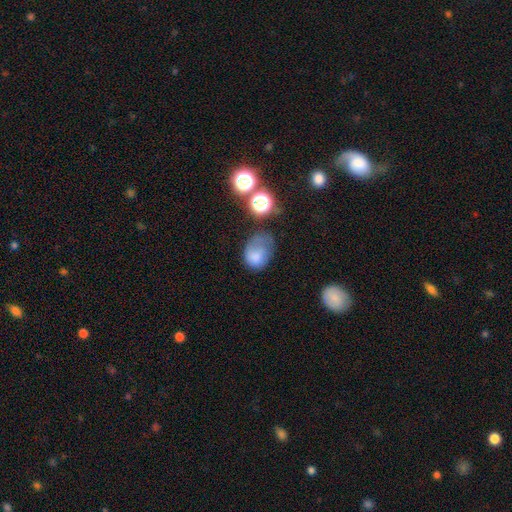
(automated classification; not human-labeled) smooth_or_featured: smooth (p=0.68) [alt: featured or disk p=0.18]
how_rounded: in between (p=0.65) [alt: round p=0.34]
merging: major disturbance (p=0.35) [alt: minor disturbance p=0.33]